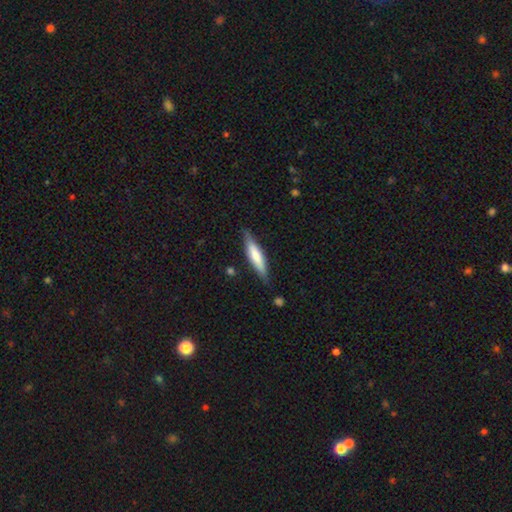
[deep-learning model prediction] Overall: smooth (61%; featured or disk 33%). How rounded: cigar-shaped (80%). Merging: none (81%).